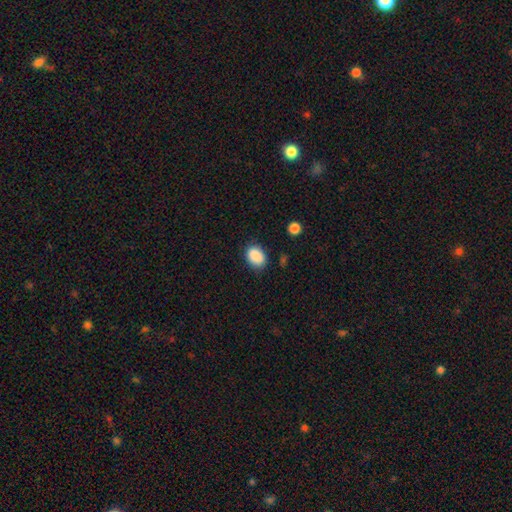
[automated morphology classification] type=smooth (89%); roundness=in between (75%); merging=none (78%).